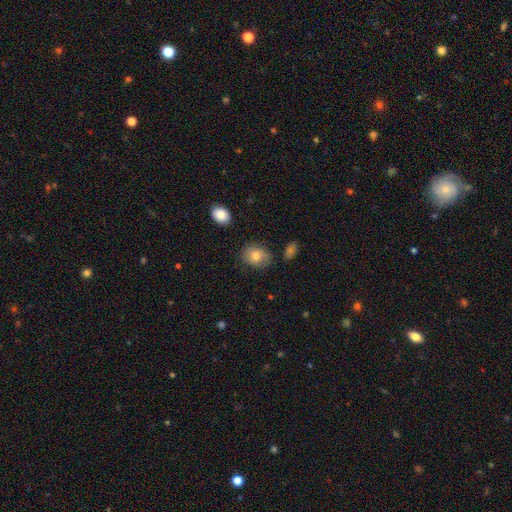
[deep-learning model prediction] This appears to be a smooth galaxy with no disk features (76%) that is in between round and cigar-shaped (61%). Merging: none (74%).